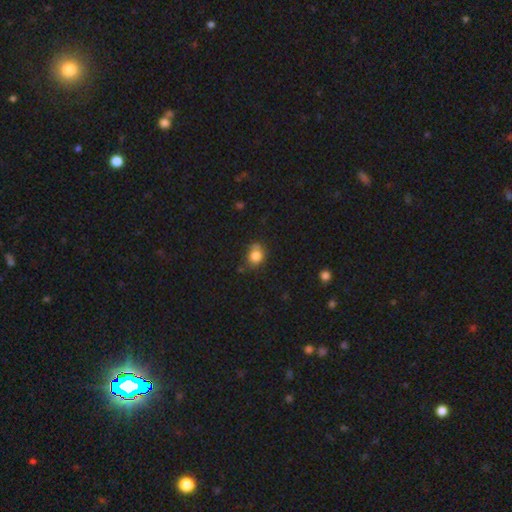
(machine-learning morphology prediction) type=smooth (82%); roundness=round (60%); merging=none (60%).